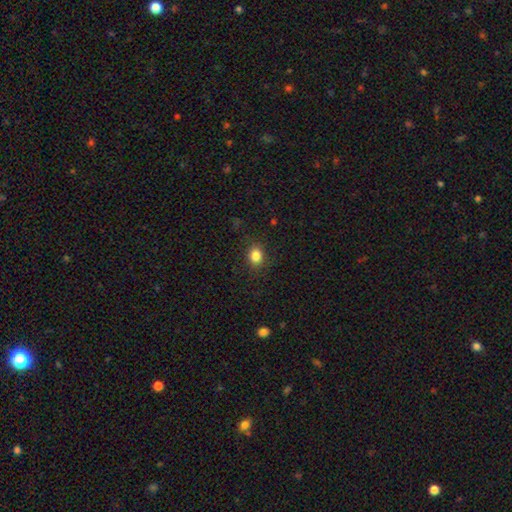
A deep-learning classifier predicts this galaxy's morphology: A smooth galaxy with no disk features (84%) that is round (63%).

Vote fractions:
- Smooth or featured? smooth: 84% / star or artifact: 11% / featured or disk: 5%
- How rounded? round: 63% / in between: 36% / cigar-shaped: 1%
- Merging? none: 86% / minor disturbance: 10% / major disturbance: 3% / merger: 1%